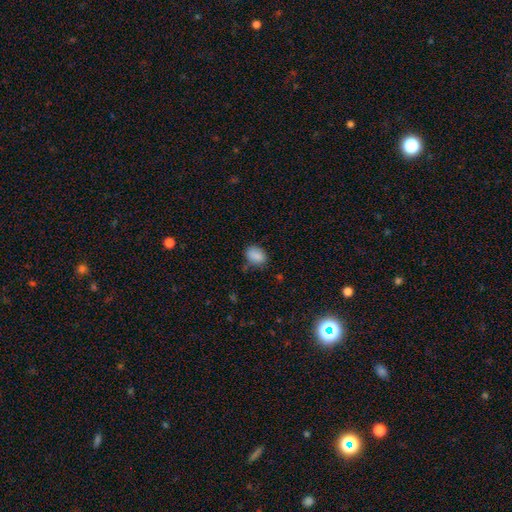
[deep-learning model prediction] A smooth galaxy with no disk features (87%) that is in between round and cigar-shaped (71%).

Vote fractions:
- Smooth or featured? smooth: 87% / star or artifact: 9% / featured or disk: 5%
- How rounded? in between: 71% / round: 28% / cigar-shaped: 1%
- Merging? none: 69% / minor disturbance: 23% / major disturbance: 5% / merger: 3%